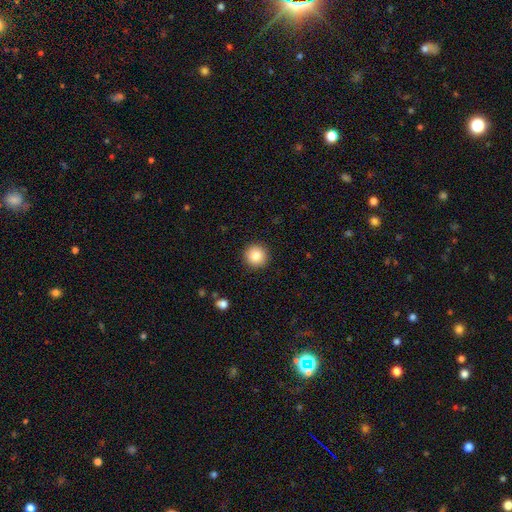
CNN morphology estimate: Smooth or featured?
  - smooth: 85% *
  - star or artifact: 9%
  - featured or disk: 6%
How rounded?
  - round: 95% *
  - in between: 4%
  - cigar-shaped: 1%
Merging?
  - none: 92% *
  - minor disturbance: 5%
  - major disturbance: 2%
  - merger: 1%